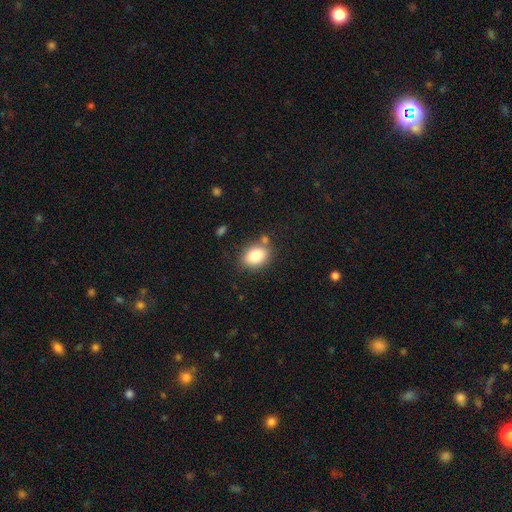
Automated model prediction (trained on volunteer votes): A smooth galaxy with no disk features (83%) that is in between round and cigar-shaped (73%). Merging: none (74%).